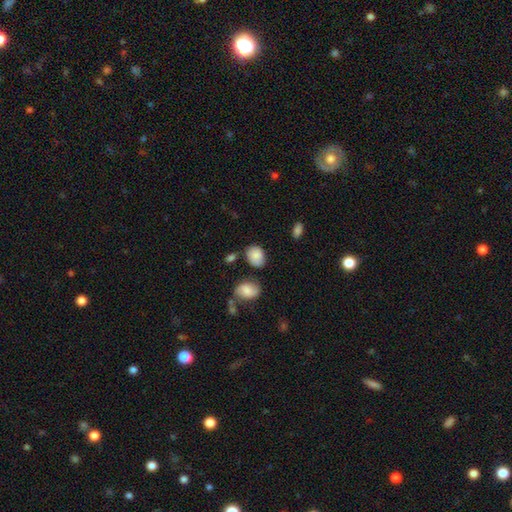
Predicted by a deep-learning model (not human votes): smooth_or_featured: smooth (p=0.84) [alt: star or artifact p=0.08]
how_rounded: in between (p=0.63) [alt: round p=0.36]
merging: none (p=0.66) [alt: minor disturbance p=0.22]